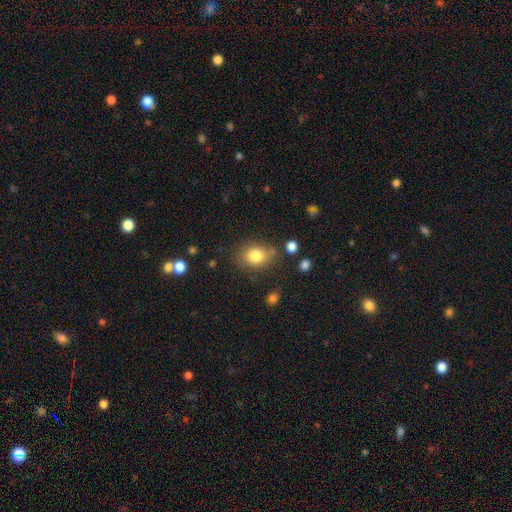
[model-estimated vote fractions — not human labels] Morphology: type=smooth (82%); roundness=in between (51%); merging=none (73%).